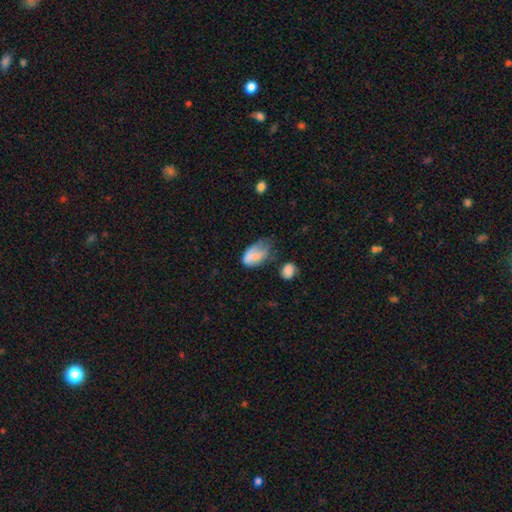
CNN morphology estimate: A smooth galaxy with no disk features (66%) that is in between round and cigar-shaped (88%). Merging: minor disturbance (39%).